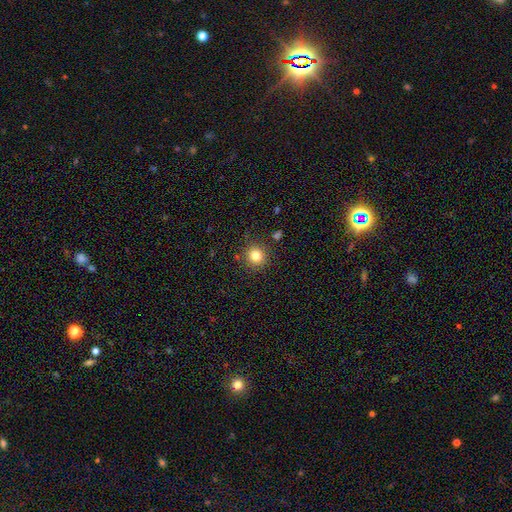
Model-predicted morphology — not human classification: smooth_or_featured: smooth (p=0.81) [alt: star or artifact p=0.12]
how_rounded: round (p=0.91) [alt: in between p=0.08]
merging: none (p=0.87) [alt: minor disturbance p=0.08]